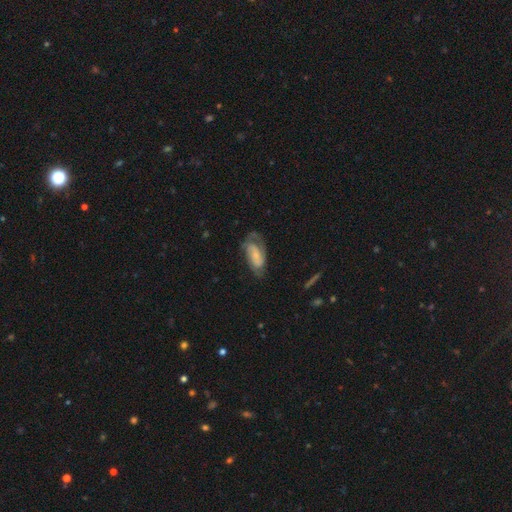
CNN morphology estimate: Smooth or featured? Predicted: featured or disk (p=0.58). Edge-on disk? Predicted: no (p=0.93). Bar? Predicted: no (p=0.54). Spiral arms? Predicted: yes (p=0.84). Bulge size? Predicted: small (p=0.51). Merging? Predicted: none (p=0.50).